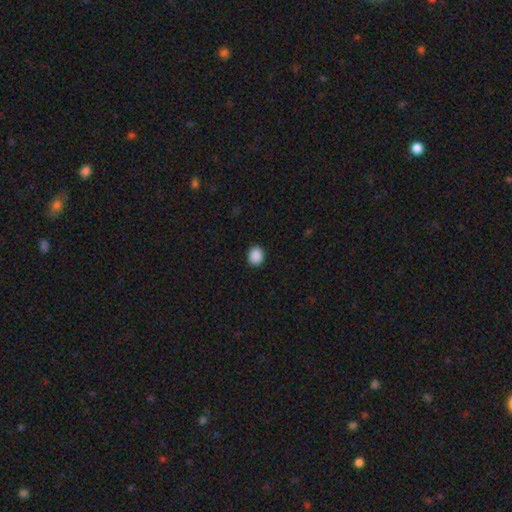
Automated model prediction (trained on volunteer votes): Smooth or featured? Predicted: smooth (p=0.89). How rounded? Predicted: round (p=0.66). Merging? Predicted: none (p=0.91).